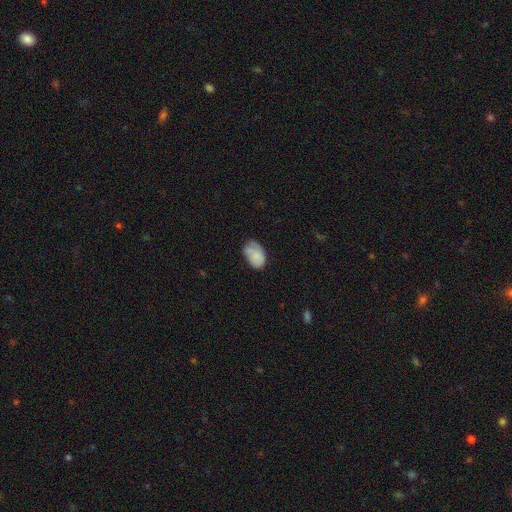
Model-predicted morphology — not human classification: smooth 76%, featured or disk 17%, star or artifact 8%. Down the decision tree: how rounded — in between (89%); merging — none (48%).